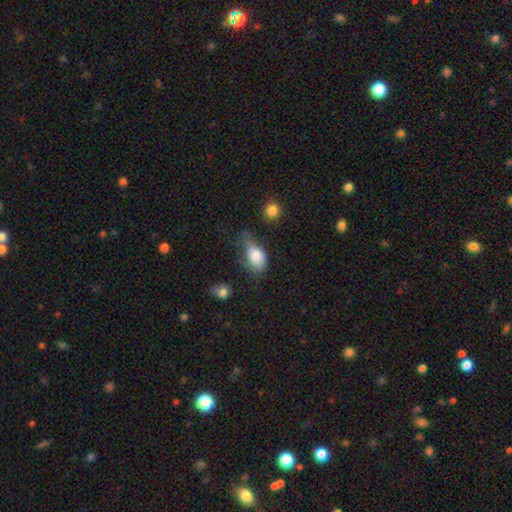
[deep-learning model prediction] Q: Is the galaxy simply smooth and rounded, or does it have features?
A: smooth — 78%.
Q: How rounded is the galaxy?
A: in between — 86%.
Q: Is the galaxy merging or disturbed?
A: minor disturbance — 38%.